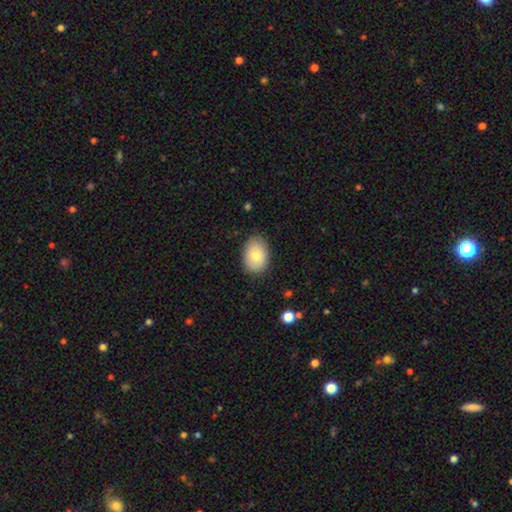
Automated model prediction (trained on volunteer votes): This appears to be a smooth galaxy with no disk features (77%) that is in between round and cigar-shaped (81%). Merging: none (83%).